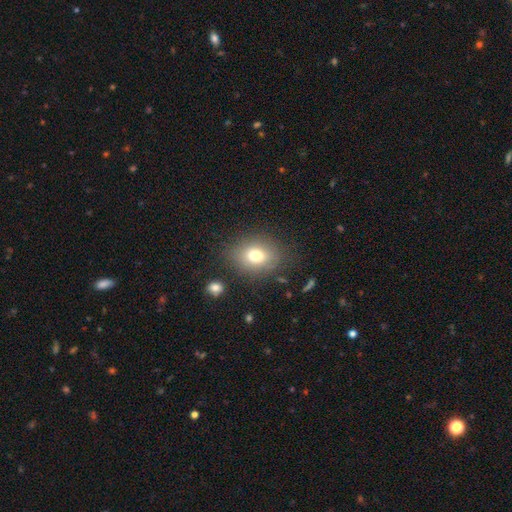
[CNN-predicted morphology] smooth 73%, featured or disk 14%, star or artifact 13%. Down the decision tree: how rounded — round (52%); merging — none (79%).